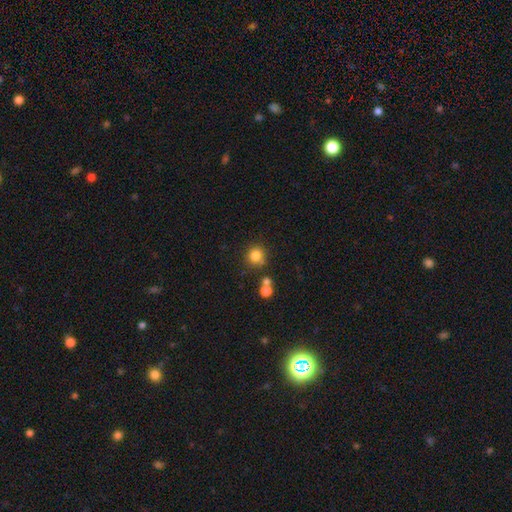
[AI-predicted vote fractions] Smooth or featured: smooth — 82% (star or artifact — 12%)
How rounded: round — 91% (in between — 8%)
Merging: none — 76% (minor disturbance — 11%)